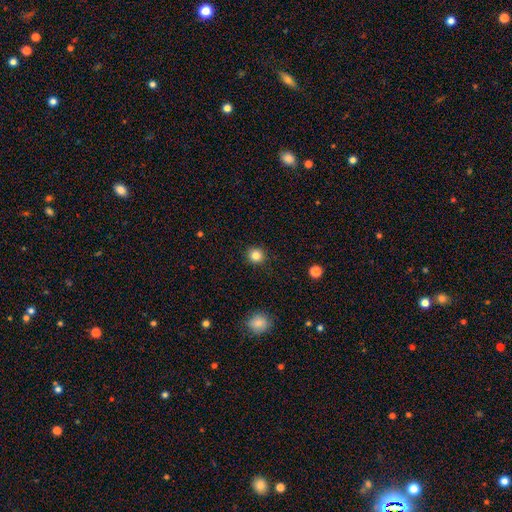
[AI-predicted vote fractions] smooth-or-featured: smooth: 84% | star or artifact: 11% | featured or disk: 5%
  how-rounded: round: 92% | in between: 7% | cigar-shaped: 1%
  merging: none: 91% | minor disturbance: 6% | major disturbance: 2% | merger: 1%